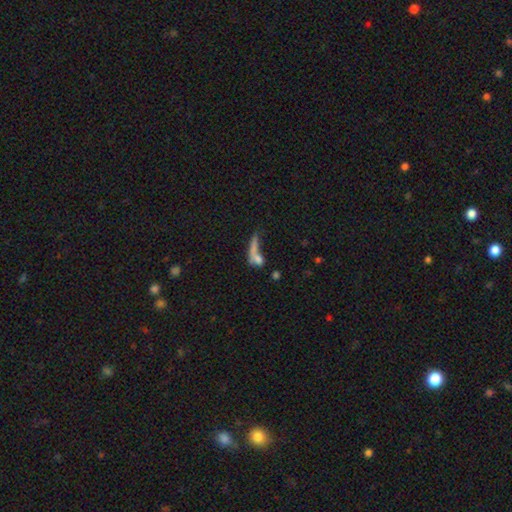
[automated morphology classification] Smooth or featured?
  - smooth: 62% *
  - featured or disk: 24%
  - star or artifact: 14%
How rounded?
  - cigar-shaped: 50% *
  - in between: 33%
  - round: 17%
Merging?
  - merger: 38% *
  - none: 30%
  - major disturbance: 20%
  - minor disturbance: 12%